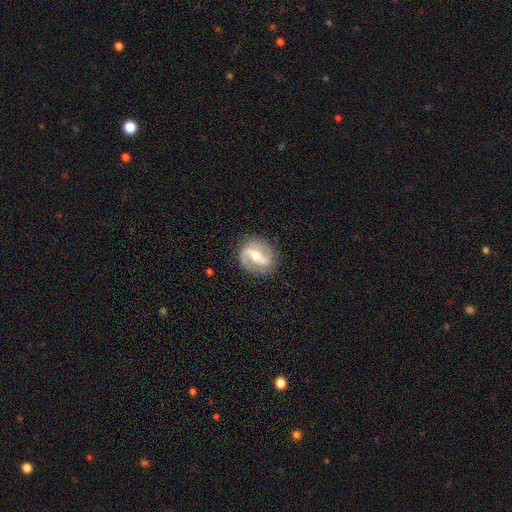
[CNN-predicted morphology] This appears to be a featured or disk galaxy (85%) with a strong bar (50%), 2 (89%) medium (44%) spiral arms (93%) and a moderate central bulge (61%). Merging: none (83%).